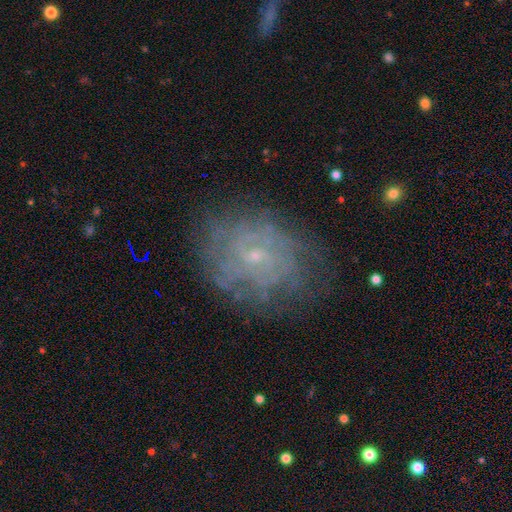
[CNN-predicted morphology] Smooth or featured? Predicted: featured or disk (p=0.68). Edge-on disk? Predicted: no (p=0.97). Bar? Predicted: no (p=0.68). Spiral arms? Predicted: yes (p=0.74). Bulge size? Predicted: small (p=0.79). Merging? Predicted: none (p=0.71).